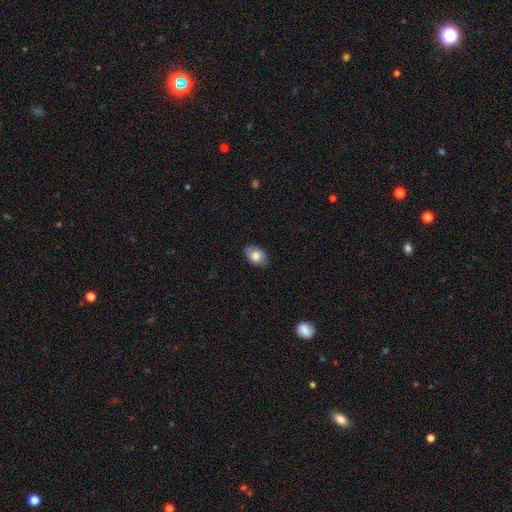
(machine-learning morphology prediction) Q: Smooth or featured?
A: smooth (79%); runner-up: featured or disk (14%)
Q: How rounded?
A: in between (84%); runner-up: round (15%)
Q: Merging?
A: none (82%); runner-up: minor disturbance (14%)